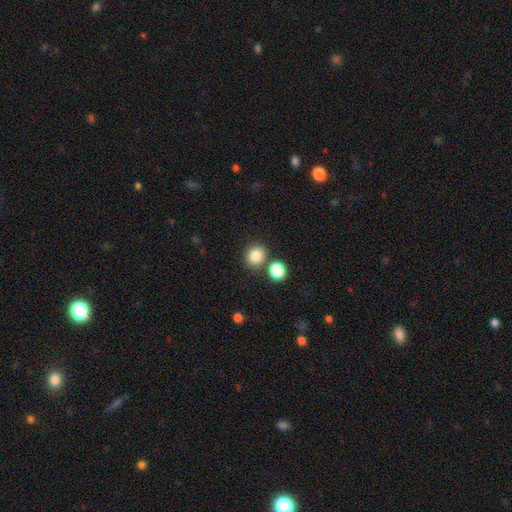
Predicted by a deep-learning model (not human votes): A smooth galaxy with no disk features (83%) that is round (82%). Merging: none (74%).